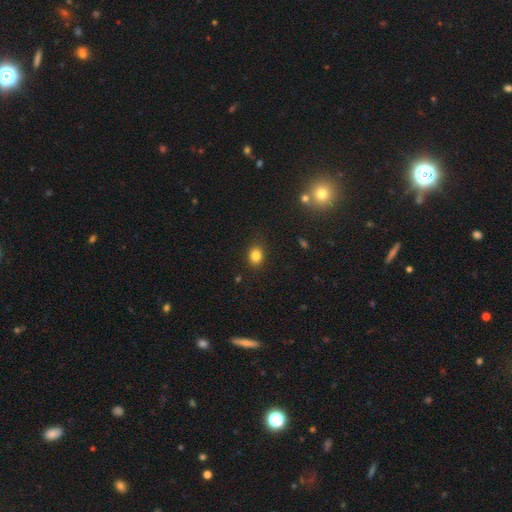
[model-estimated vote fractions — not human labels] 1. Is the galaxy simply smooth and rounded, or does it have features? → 83% smooth, 12% star or artifact, 5% featured or disk.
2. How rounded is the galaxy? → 55% round, 44% in between, 1% cigar-shaped.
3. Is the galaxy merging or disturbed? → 86% none, 10% minor disturbance, 3% major disturbance, 1% merger.